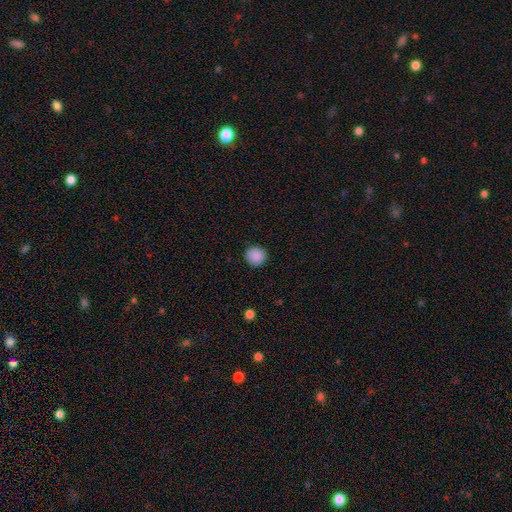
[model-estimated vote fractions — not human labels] smooth_or_featured: smooth (p=0.89) [alt: star or artifact p=0.09]
how_rounded: round (p=0.93) [alt: in between p=0.06]
merging: none (p=0.90) [alt: minor disturbance p=0.07]